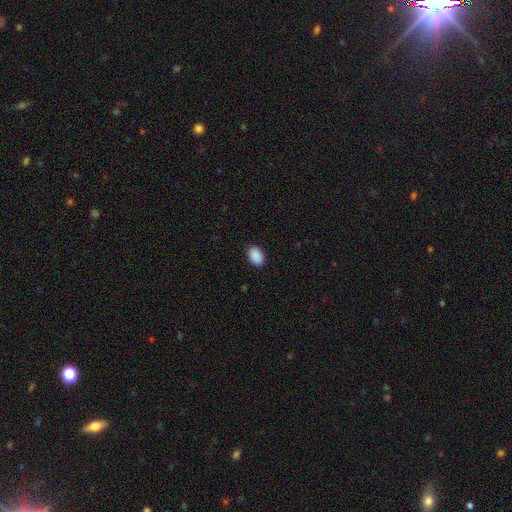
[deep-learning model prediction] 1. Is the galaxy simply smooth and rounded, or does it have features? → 91% smooth, 7% star or artifact, 2% featured or disk.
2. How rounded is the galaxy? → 88% in between, 11% round, 1% cigar-shaped.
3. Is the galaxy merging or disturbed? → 90% none, 8% minor disturbance, 2% major disturbance, 1% merger.